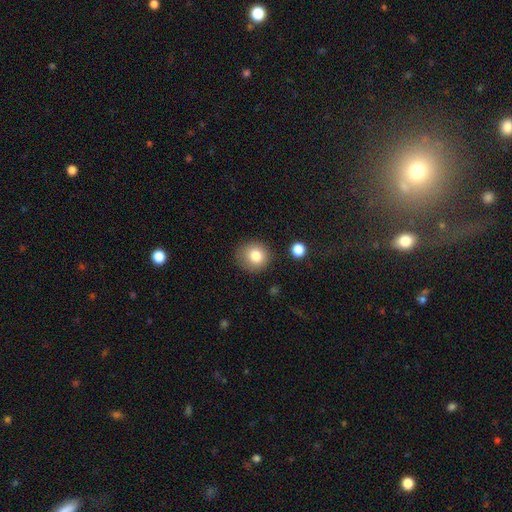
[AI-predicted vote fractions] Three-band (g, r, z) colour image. It shows a smooth galaxy with no disk features (80%) that is round (87%). Merging: none (83%).